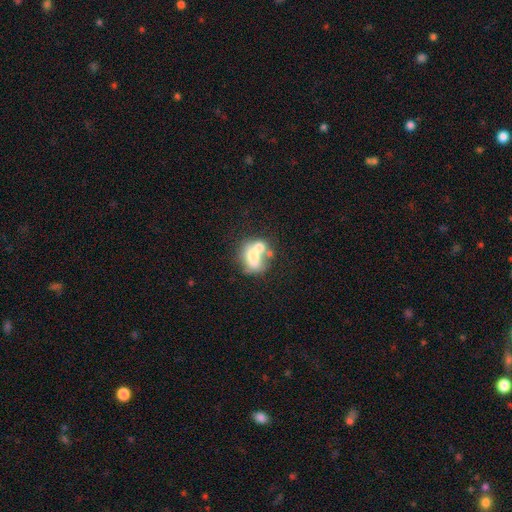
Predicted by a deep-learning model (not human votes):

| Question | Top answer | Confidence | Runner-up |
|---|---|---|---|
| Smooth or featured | smooth | 56% | featured or disk (34%) |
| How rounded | in between | 63% | round (35%) |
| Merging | merger | 55% | none (24%) |